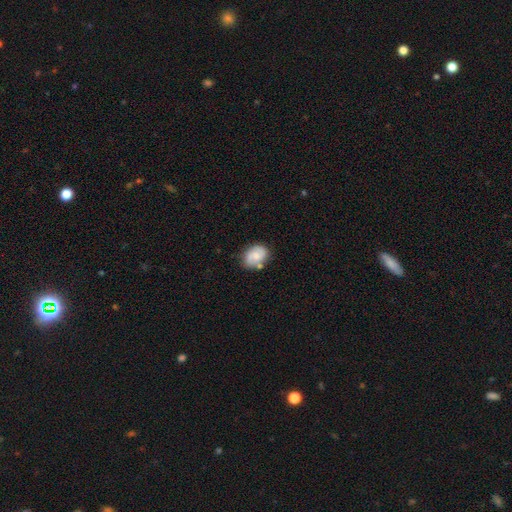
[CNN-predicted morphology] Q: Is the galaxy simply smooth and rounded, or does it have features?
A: smooth — 56%.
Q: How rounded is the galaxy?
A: in between — 66%.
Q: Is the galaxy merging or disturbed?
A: none — 65%.